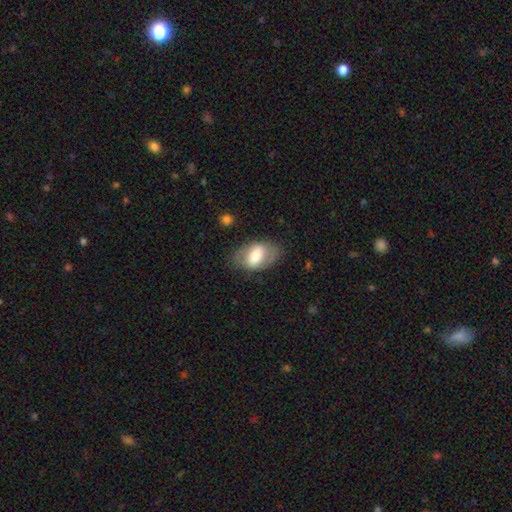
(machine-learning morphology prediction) Smooth or featured?
  - smooth: 49% *
  - featured or disk: 45%
  - star or artifact: 6%
Merging?
  - none: 72% *
  - minor disturbance: 18%
  - major disturbance: 9%
  - merger: 1%